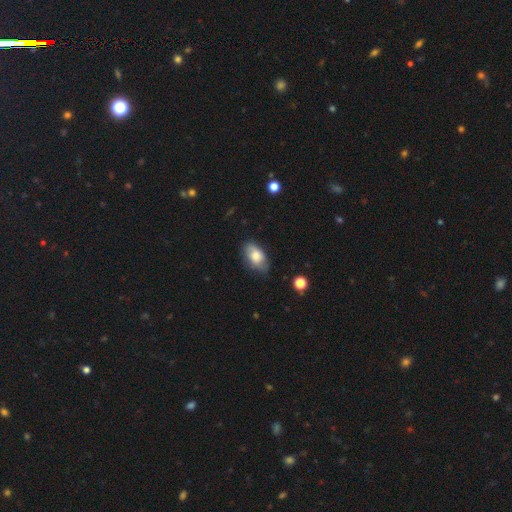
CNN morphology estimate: smooth-or-featured: smooth: 72% | featured or disk: 20% | star or artifact: 7%
  how-rounded: in between: 92% | round: 6% | cigar-shaped: 2%
  merging: none: 68% | minor disturbance: 26% | major disturbance: 5% | merger: 2%